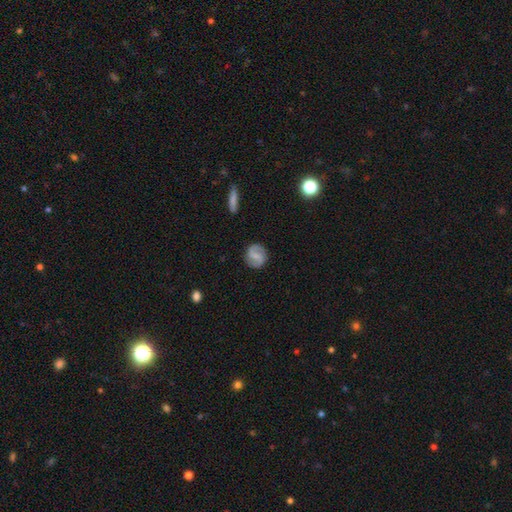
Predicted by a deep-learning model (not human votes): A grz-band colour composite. It shows a featured or disk galaxy (68%) with a weak bar (49%), 2 (90%) medium (47%) spiral arms (90%) and a small central bulge (42%). Merging: none (86%).